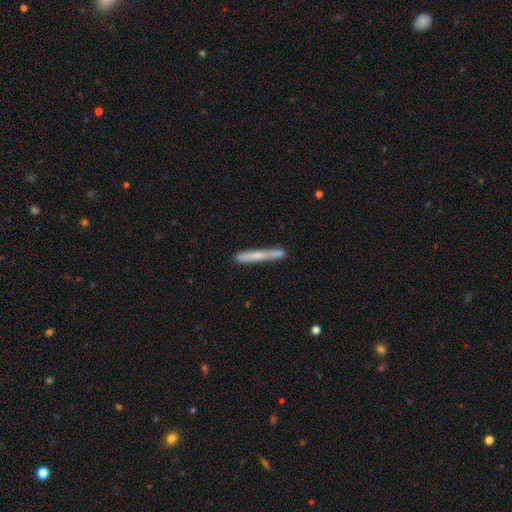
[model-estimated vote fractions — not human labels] smooth 62%, featured or disk 32%, star or artifact 6%. Down the decision tree: how rounded — cigar-shaped (96%); merging — none (76%).